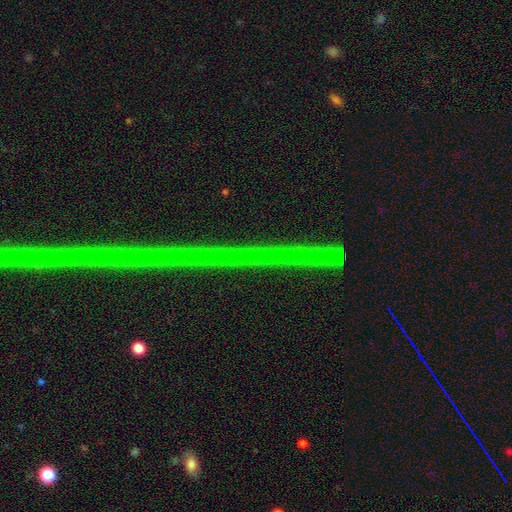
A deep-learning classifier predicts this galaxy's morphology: Q: Smooth or featured?
A: star or artifact (83%); runner-up: featured or disk (12%)